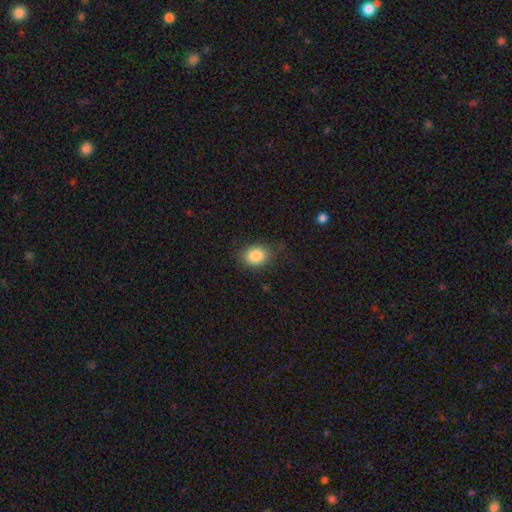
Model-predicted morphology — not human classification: type=smooth (86%); roundness=in between (60%); merging=none (73%).